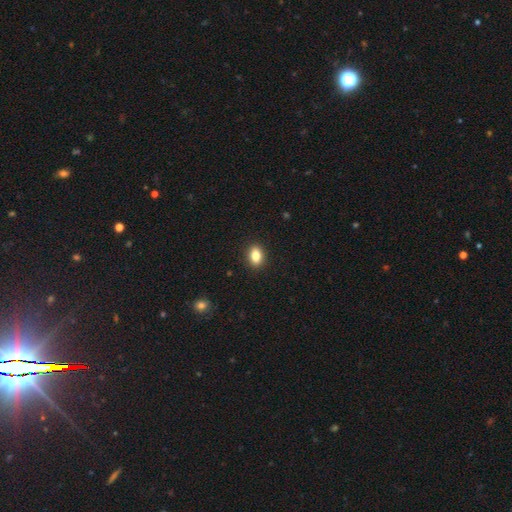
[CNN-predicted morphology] A smooth galaxy with no disk features (82%) that is in between round and cigar-shaped (79%).

Vote fractions:
- Smooth or featured? smooth: 82% / featured or disk: 9% / star or artifact: 9%
- How rounded? in between: 79% / round: 18% / cigar-shaped: 3%
- Merging? none: 90% / minor disturbance: 7% / major disturbance: 2% / merger: 1%